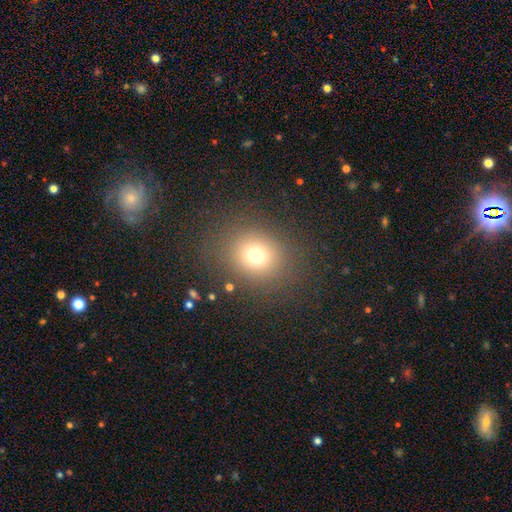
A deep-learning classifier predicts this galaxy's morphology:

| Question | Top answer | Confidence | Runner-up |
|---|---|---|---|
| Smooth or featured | smooth | 71% | star or artifact (18%) |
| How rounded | round | 75% | in between (24%) |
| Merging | none | 84% | minor disturbance (9%) |